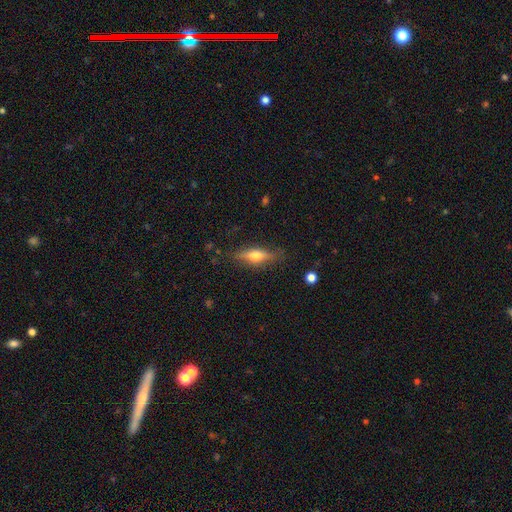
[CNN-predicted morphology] This is possibly a featured or disk galaxy (48%). Merging: clearly none (80%).